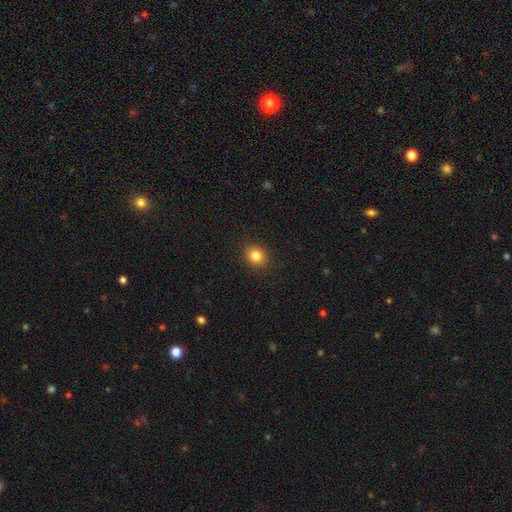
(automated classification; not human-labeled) Smooth or featured?
  - smooth: 84% *
  - star or artifact: 11%
  - featured or disk: 6%
How rounded?
  - round: 68% *
  - in between: 32%
  - cigar-shaped: 1%
Merging?
  - none: 91% *
  - minor disturbance: 6%
  - major disturbance: 2%
  - merger: 1%